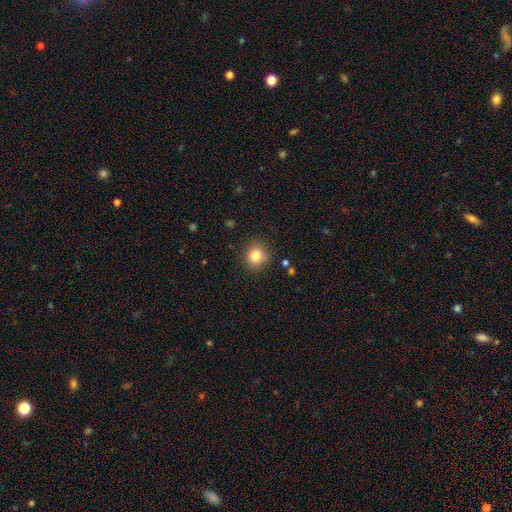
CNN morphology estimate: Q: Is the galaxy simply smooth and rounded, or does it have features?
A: smooth — 82%.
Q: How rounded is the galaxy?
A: round — 85%.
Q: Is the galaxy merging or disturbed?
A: none — 86%.